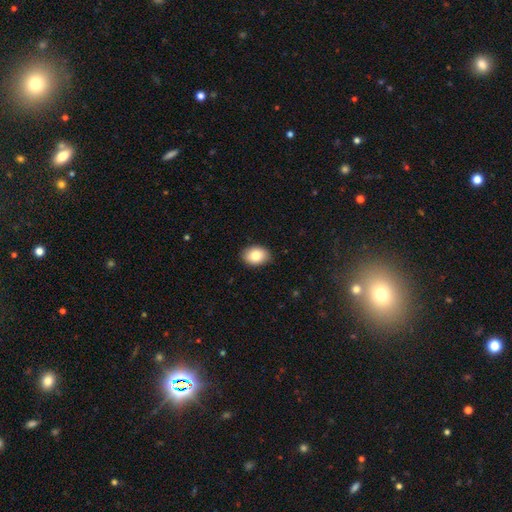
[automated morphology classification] Smooth or featured? smooth (83%)
How rounded? in between (76%)
Merging? none (88%)